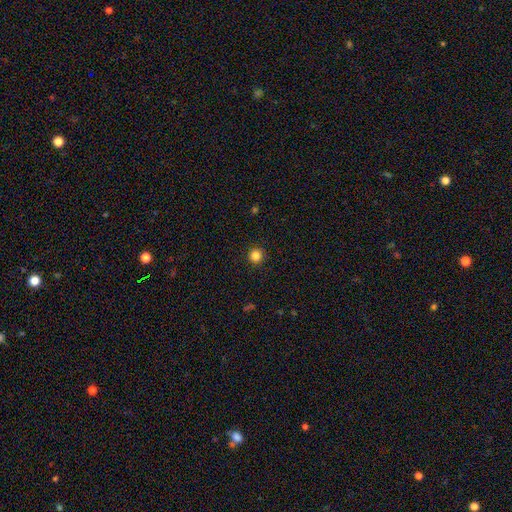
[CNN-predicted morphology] This is clearly a smooth galaxy (84%). How rounded: clearly round (95%). Merging: clearly none (93%).